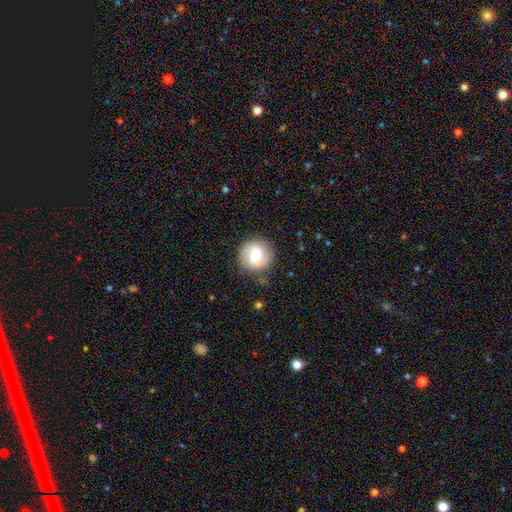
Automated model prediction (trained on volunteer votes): smooth_or_featured: smooth (p=0.52) [alt: featured or disk p=0.40]
how_rounded: round (p=0.87) [alt: in between p=0.12]
merging: none (p=0.84) [alt: minor disturbance p=0.11]